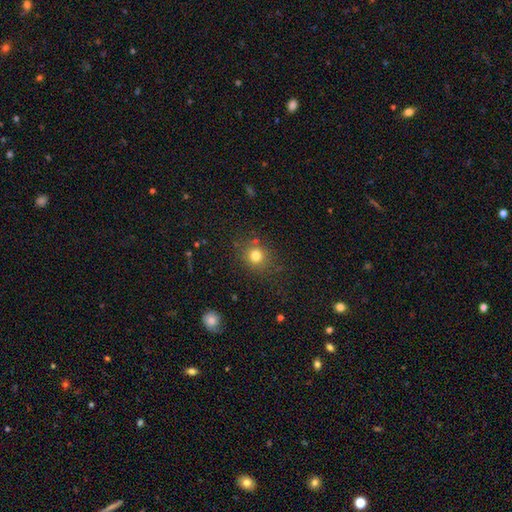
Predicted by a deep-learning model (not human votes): smooth-or-featured: smooth: 78% | star or artifact: 15% | featured or disk: 7%
  how-rounded: round: 86% | in between: 13% | cigar-shaped: 1%
  merging: none: 82% | minor disturbance: 10% | major disturbance: 4% | merger: 4%